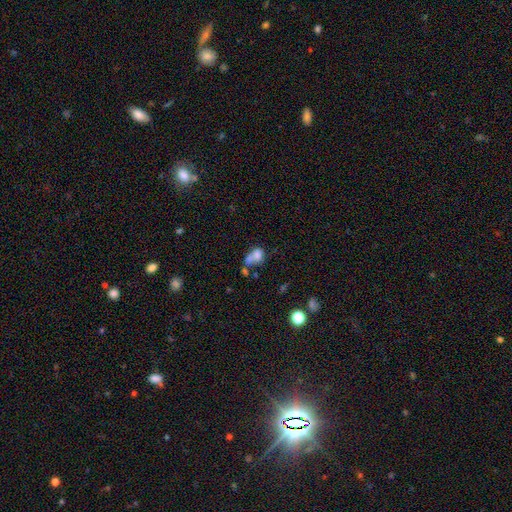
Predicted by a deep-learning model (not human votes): Morphology: type=smooth (69%); roundness=in between (65%); merging=merger (49%).